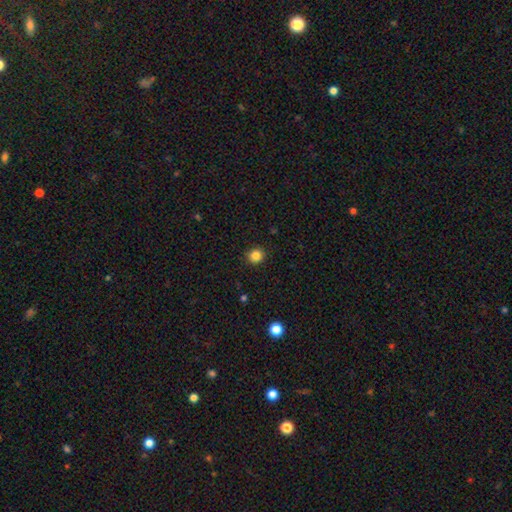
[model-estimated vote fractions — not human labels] A smooth galaxy with no disk features (85%) that is round (86%). Merging: none (90%).